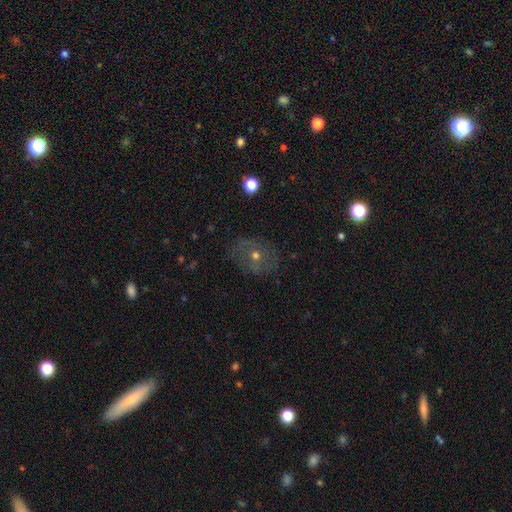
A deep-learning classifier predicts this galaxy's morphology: This appears to be a featured or disk galaxy (48%). Merging: none (75%).